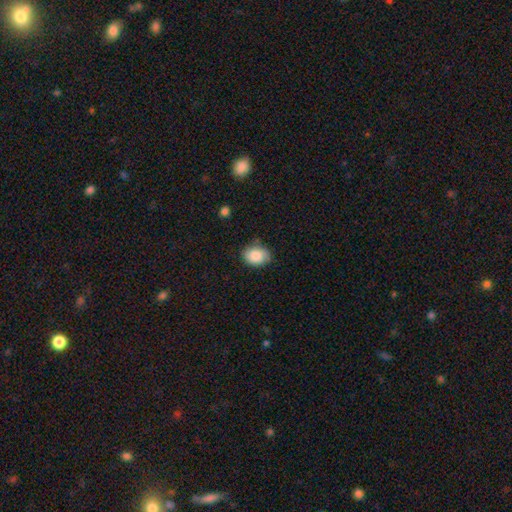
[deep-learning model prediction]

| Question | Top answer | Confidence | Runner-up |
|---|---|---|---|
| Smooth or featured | smooth | 85% | featured or disk (8%) |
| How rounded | in between | 64% | round (35%) |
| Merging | none | 72% | minor disturbance (23%) |